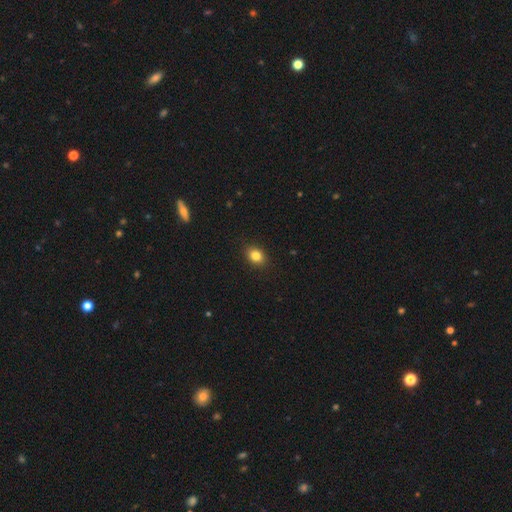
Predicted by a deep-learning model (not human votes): Q: Smooth or featured?
A: smooth (84%); runner-up: star or artifact (10%)
Q: How rounded?
A: in between (63%); runner-up: round (36%)
Q: Merging?
A: none (89%); runner-up: minor disturbance (8%)